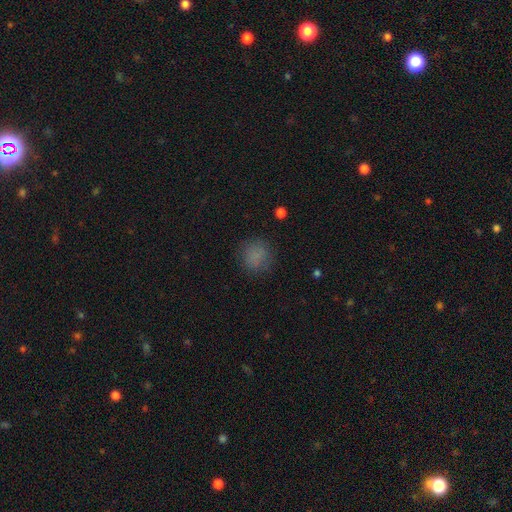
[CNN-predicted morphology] A smooth galaxy with no disk features (79%) that is round (86%).

Vote fractions:
- Smooth or featured? smooth: 79% / star or artifact: 14% / featured or disk: 7%
- How rounded? round: 86% / in between: 13% / cigar-shaped: 1%
- Merging? none: 80% / minor disturbance: 13% / major disturbance: 5% / merger: 1%